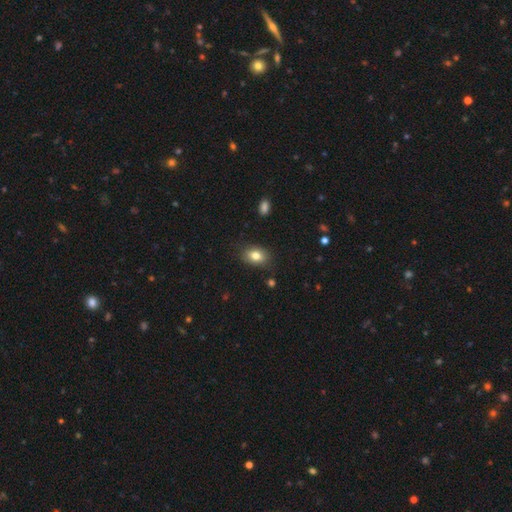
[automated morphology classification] smooth_or_featured: smooth (p=0.82) [alt: featured or disk p=0.09]
how_rounded: in between (p=0.79) [alt: round p=0.19]
merging: none (p=0.84) [alt: minor disturbance p=0.12]